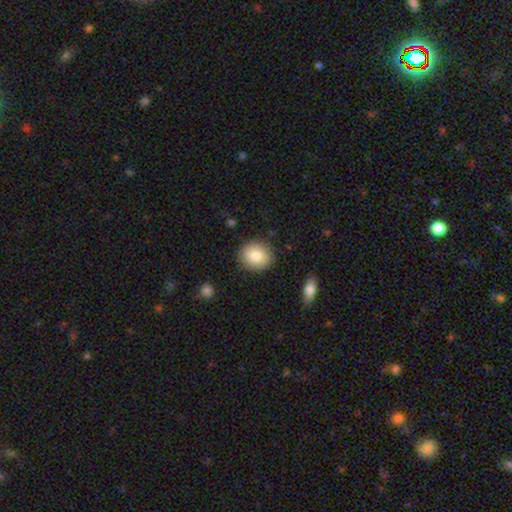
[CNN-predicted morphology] Q: Smooth or featured?
A: smooth (84%); runner-up: featured or disk (9%)
Q: How rounded?
A: round (79%); runner-up: in between (20%)
Q: Merging?
A: none (88%); runner-up: minor disturbance (8%)